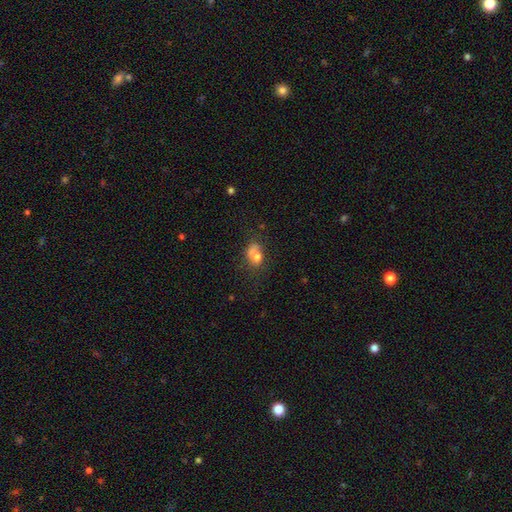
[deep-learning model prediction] A smooth galaxy with no disk features (67%) that is in between round and cigar-shaped (62%).

Vote fractions:
- Smooth or featured? smooth: 67% / featured or disk: 21% / star or artifact: 12%
- How rounded? in between: 62% / round: 36% / cigar-shaped: 2%
- Merging? merger: 42% / none: 29% / minor disturbance: 17% / major disturbance: 12%